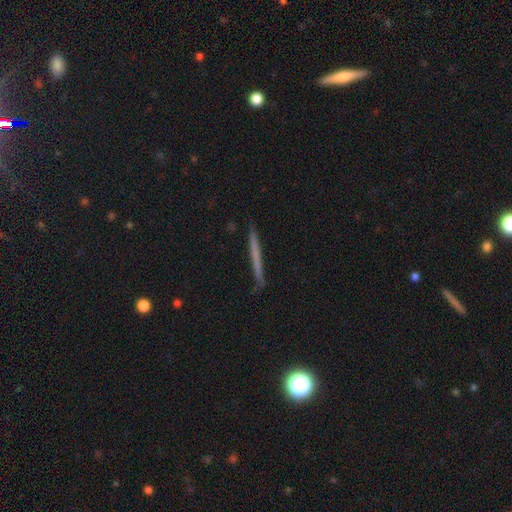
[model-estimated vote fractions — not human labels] The model was most divided on "smooth or featured": smooth: 49%, featured or disk: 44%, star or artifact: 6%. More confident: merging — none (89%).